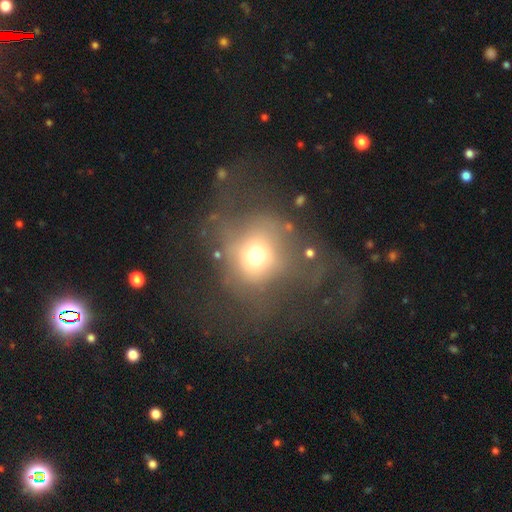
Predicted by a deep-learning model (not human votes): smooth 61%, featured or disk 21%, star or artifact 18%. Down the decision tree: how rounded — round (83%); merging — none (45%).